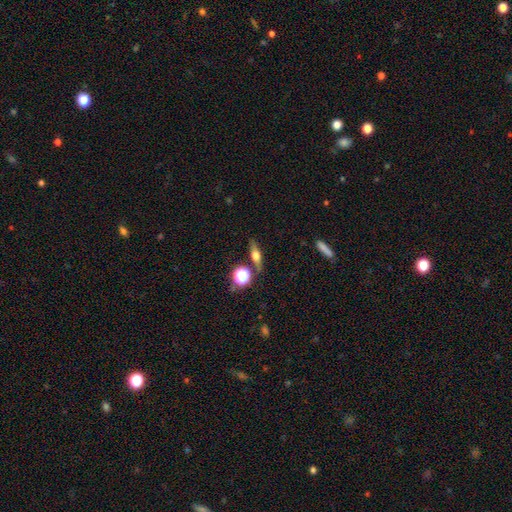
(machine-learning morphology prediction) Smooth or featured: featured or disk — 47% (smooth — 40%)
Merging: none — 81% (minor disturbance — 10%)